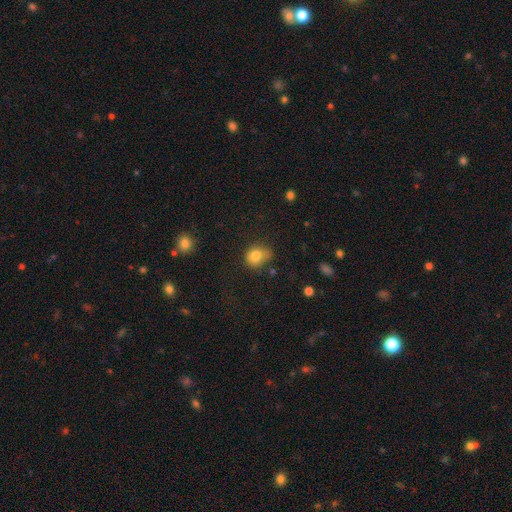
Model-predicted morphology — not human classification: Smooth or featured? Predicted: smooth (p=0.79). How rounded? Predicted: round (p=0.61). Merging? Predicted: none (p=0.51).